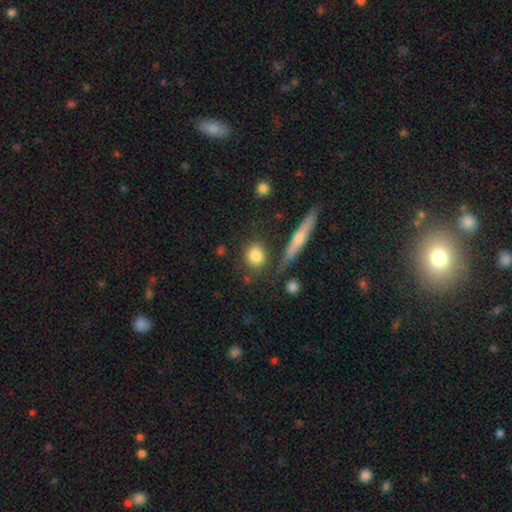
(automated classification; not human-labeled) This appears to be a smooth galaxy with no disk features (80%) that is round (64%). Merging: none (73%).